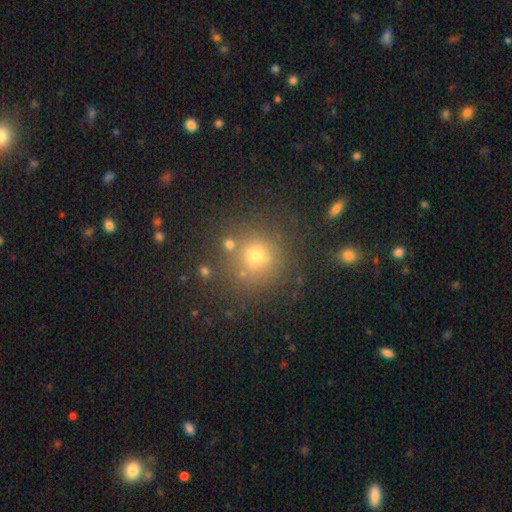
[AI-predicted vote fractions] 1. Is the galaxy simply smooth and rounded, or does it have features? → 69% smooth, 20% star or artifact, 11% featured or disk.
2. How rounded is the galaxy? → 92% round, 7% in between, 1% cigar-shaped.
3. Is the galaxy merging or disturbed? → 76% none, 10% minor disturbance, 9% merger, 5% major disturbance.